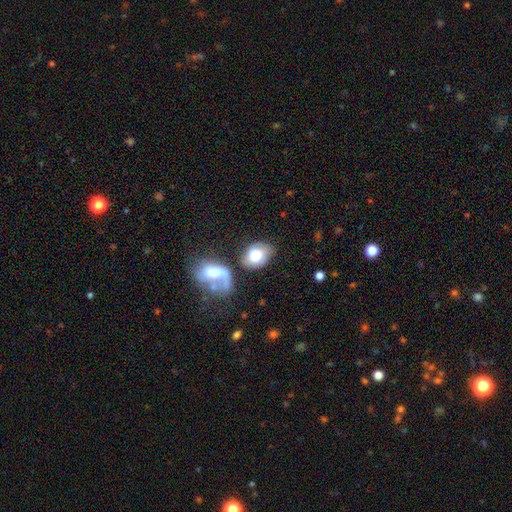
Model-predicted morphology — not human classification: smooth_or_featured: smooth (p=0.71) [alt: featured or disk p=0.21]
how_rounded: in between (p=0.68) [alt: round p=0.31]
merging: none (p=0.46) [alt: merger p=0.24]